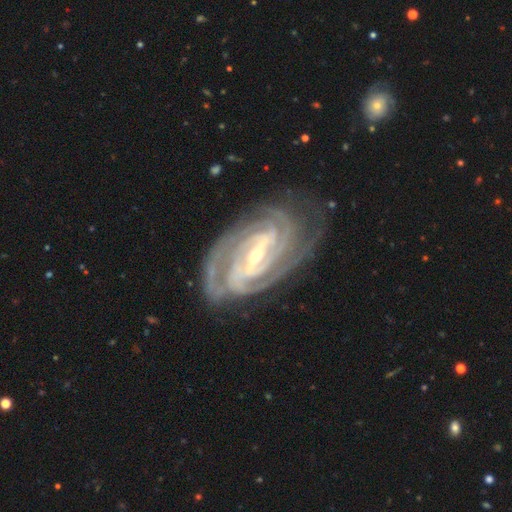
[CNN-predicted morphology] Smooth or featured? Predicted: featured or disk (p=0.93). Edge-on disk? Predicted: no (p=0.97). Bar? Predicted: strong (p=0.56). Spiral arms? Predicted: yes (p=0.99). Spiral winding? Predicted: tight (p=0.76). Spiral arm count? Predicted: 3 (p=0.28). Bulge size? Predicted: small (p=0.66). Merging? Predicted: none (p=0.78).